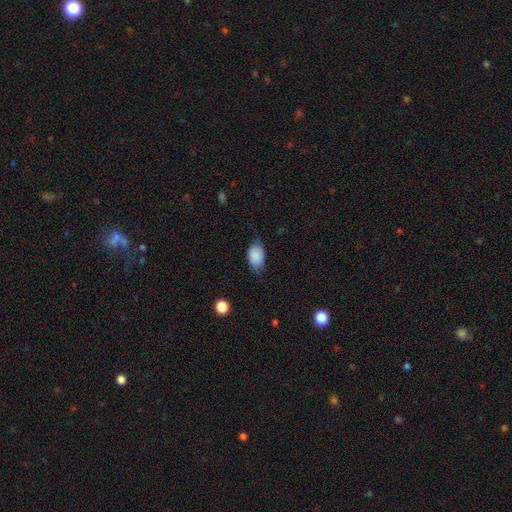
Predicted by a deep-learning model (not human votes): This is clearly a smooth galaxy (87%). How rounded: clearly in between (89%). Merging: likely none (68%).